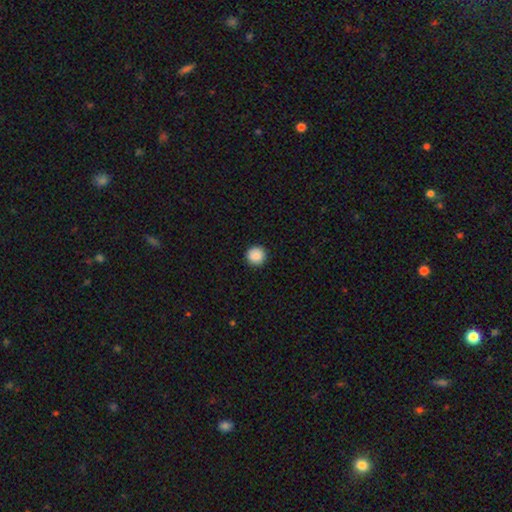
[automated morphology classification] smooth 88%, star or artifact 8%, featured or disk 4%. Down the decision tree: how rounded — round (95%); merging — none (92%).